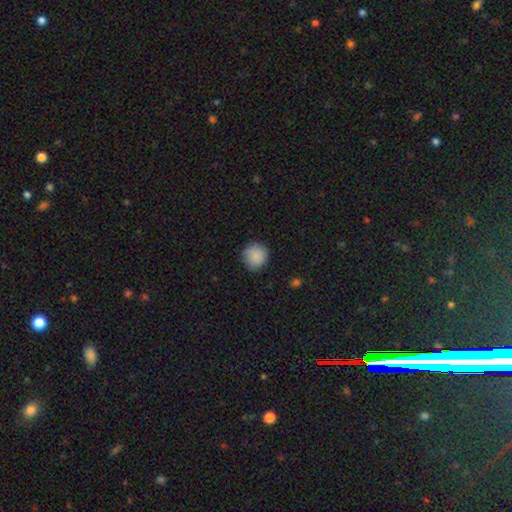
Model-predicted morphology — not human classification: Smooth or featured?
  - smooth: 89% *
  - star or artifact: 7%
  - featured or disk: 4%
How rounded?
  - round: 93% *
  - in between: 6%
  - cigar-shaped: 1%
Merging?
  - none: 86% *
  - minor disturbance: 10%
  - major disturbance: 2%
  - merger: 1%